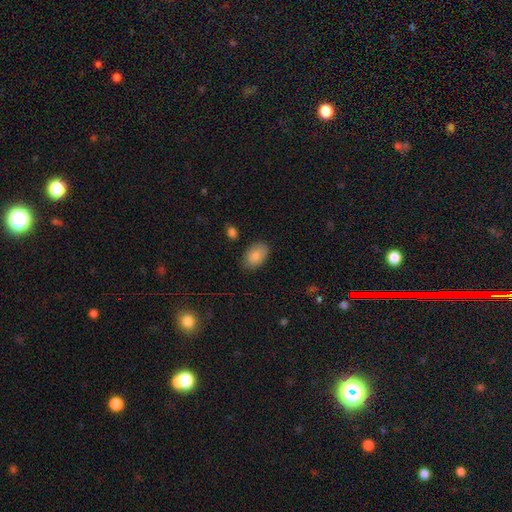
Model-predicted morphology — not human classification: This appears to be a smooth galaxy with no disk features (86%) that is in between round and cigar-shaped (90%). Merging: none (84%).